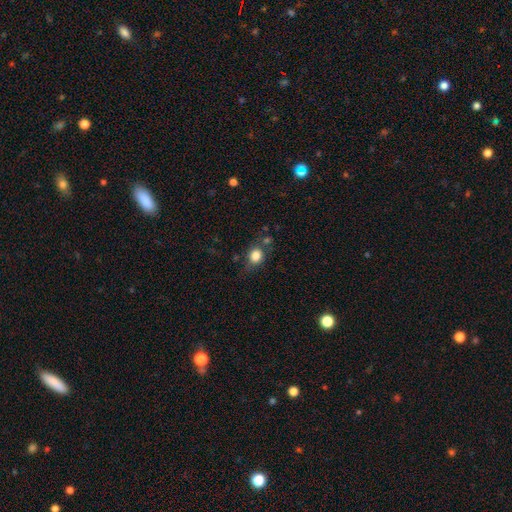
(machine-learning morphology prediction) A smooth galaxy with no disk features (82%) that is round (68%).

Vote fractions:
- Smooth or featured? smooth: 82% / star or artifact: 11% / featured or disk: 8%
- How rounded? round: 68% / in between: 31% / cigar-shaped: 1%
- Merging? none: 66% / minor disturbance: 19% / merger: 8% / major disturbance: 7%